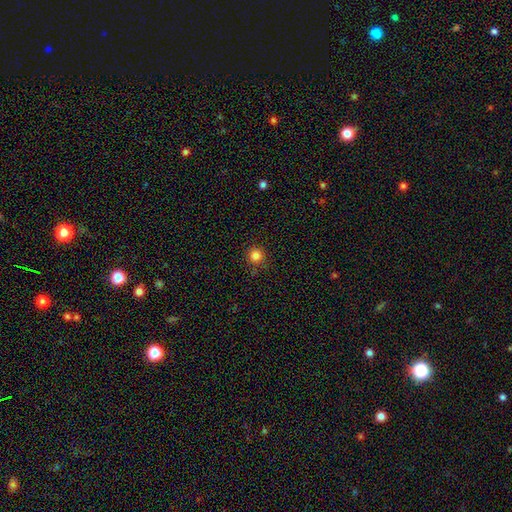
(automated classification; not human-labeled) Smooth or featured? Predicted: smooth (p=0.84). How rounded? Predicted: round (p=0.95). Merging? Predicted: none (p=0.88).